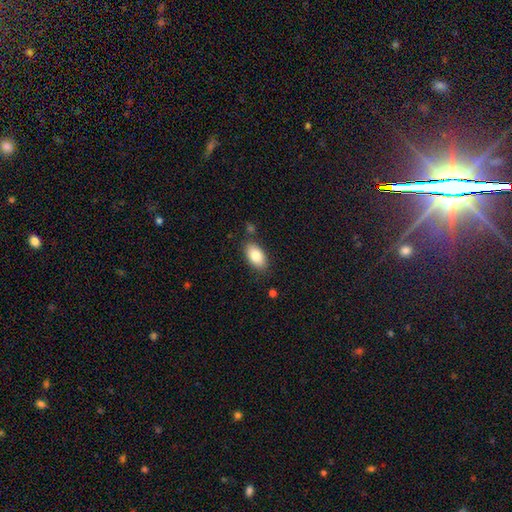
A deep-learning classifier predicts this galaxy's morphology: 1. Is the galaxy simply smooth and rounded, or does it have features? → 83% smooth, 10% featured or disk, 7% star or artifact.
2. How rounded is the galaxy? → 93% in between, 4% round, 2% cigar-shaped.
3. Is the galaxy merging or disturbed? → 82% none, 12% minor disturbance, 4% merger, 3% major disturbance.